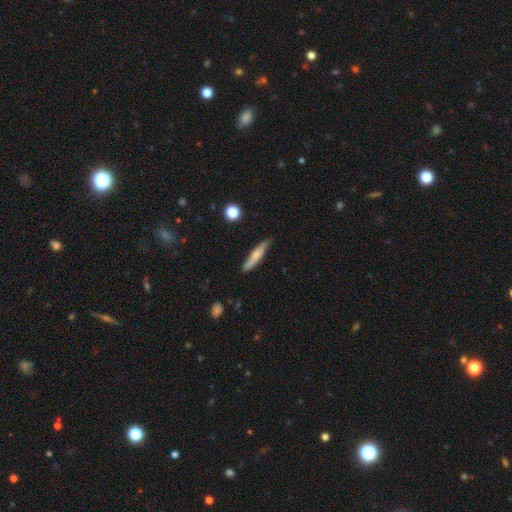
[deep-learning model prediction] This is likely a smooth galaxy (65%). How rounded: clearly cigar-shaped (90%). Merging: clearly none (81%).